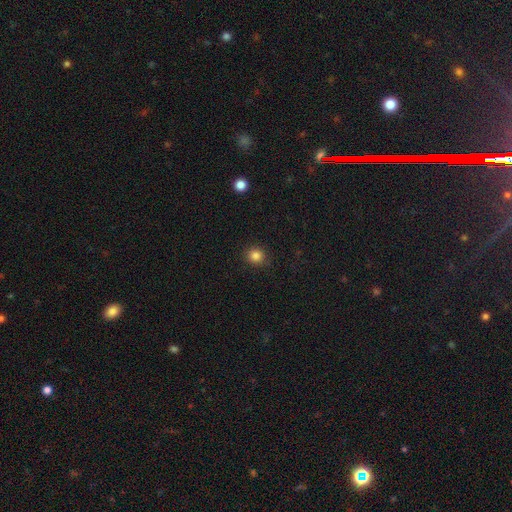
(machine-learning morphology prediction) smooth_or_featured: smooth (p=0.84) [alt: star or artifact p=0.12]
how_rounded: round (p=0.87) [alt: in between p=0.12]
merging: none (p=0.88) [alt: minor disturbance p=0.08]